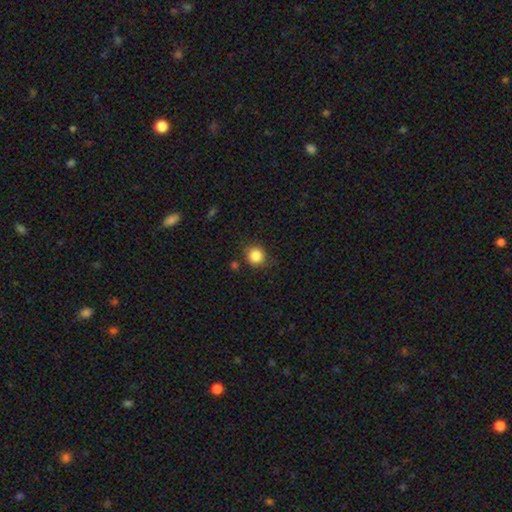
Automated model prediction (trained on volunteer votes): smooth_or_featured: smooth (p=0.85) [alt: star or artifact p=0.10]
how_rounded: round (p=0.89) [alt: in between p=0.10]
merging: none (p=0.80) [alt: minor disturbance p=0.14]